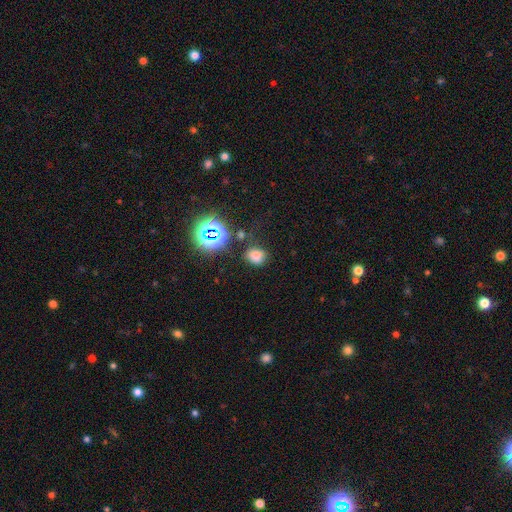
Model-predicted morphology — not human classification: Overall: smooth (68%). How rounded: round (53%; in between 46%). Merging: none (68%).